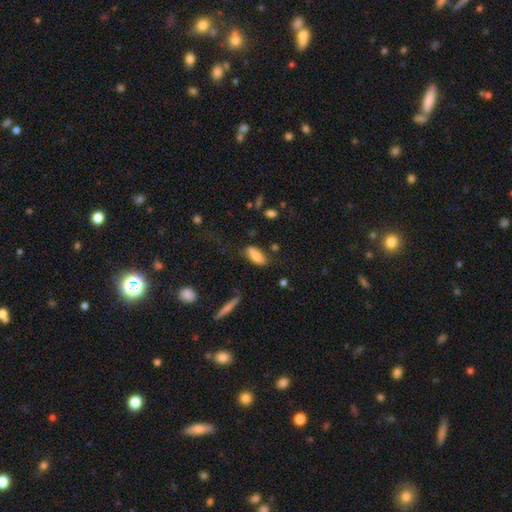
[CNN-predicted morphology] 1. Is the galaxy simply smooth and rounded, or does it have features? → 78% smooth, 14% featured or disk, 8% star or artifact.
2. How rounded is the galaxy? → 83% in between, 15% cigar-shaped, 3% round.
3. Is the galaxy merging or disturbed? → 70% none, 20% minor disturbance, 6% major disturbance, 4% merger.